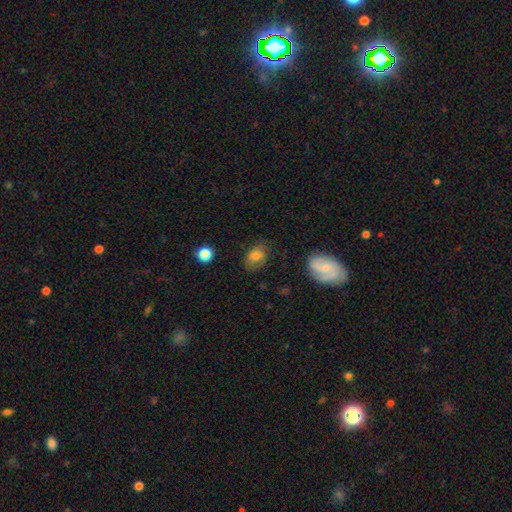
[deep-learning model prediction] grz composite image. It shows a smooth galaxy with no disk features (72%) that is in between round and cigar-shaped (73%). Merging: none (64%).